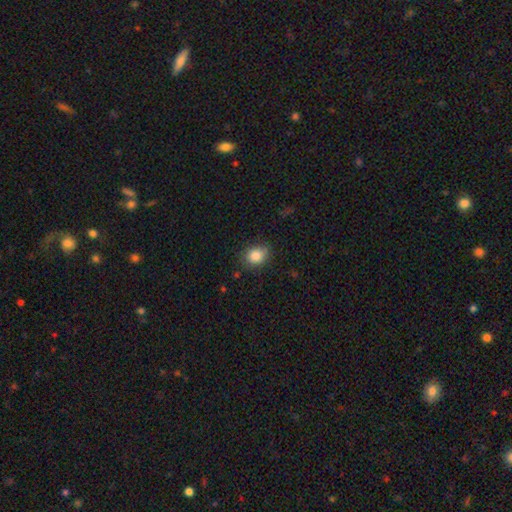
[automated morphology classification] Smooth or featured: smooth — 86% (star or artifact — 9%)
How rounded: round — 53% (in between — 46%)
Merging: none — 76% (minor disturbance — 18%)